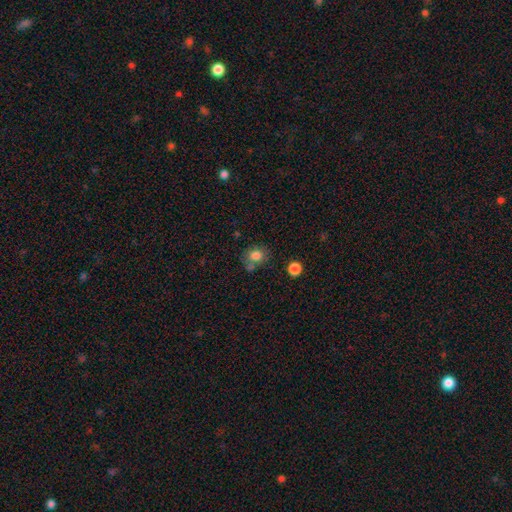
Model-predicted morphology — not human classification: A smooth galaxy with no disk features (80%) that is round (71%).

Vote fractions:
- Smooth or featured? smooth: 80% / star or artifact: 11% / featured or disk: 8%
- How rounded? round: 71% / in between: 28% / cigar-shaped: 1%
- Merging? none: 63% / merger: 17% / minor disturbance: 15% / major disturbance: 6%